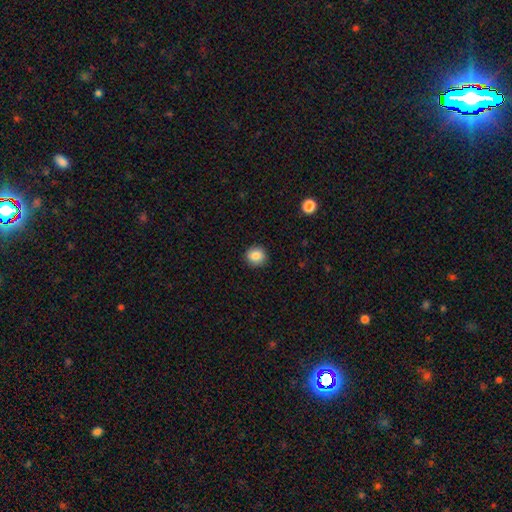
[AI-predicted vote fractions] The model was most divided on "smooth or featured": smooth: 85%, star or artifact: 9%, featured or disk: 6%. More confident: merging — none (90%); how rounded — round (90%).